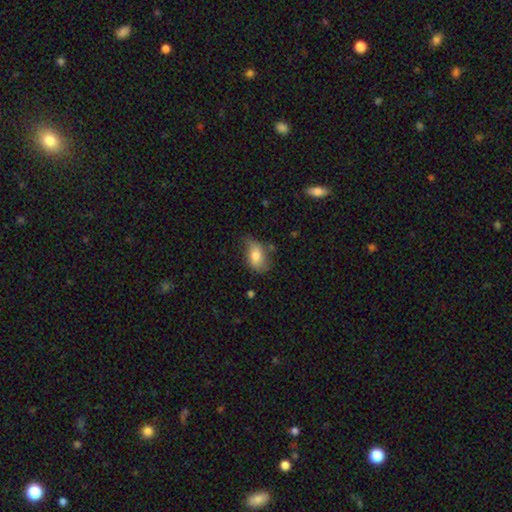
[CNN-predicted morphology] Smooth or featured? smooth (73%)
How rounded? in between (86%)
Merging? none (51%)